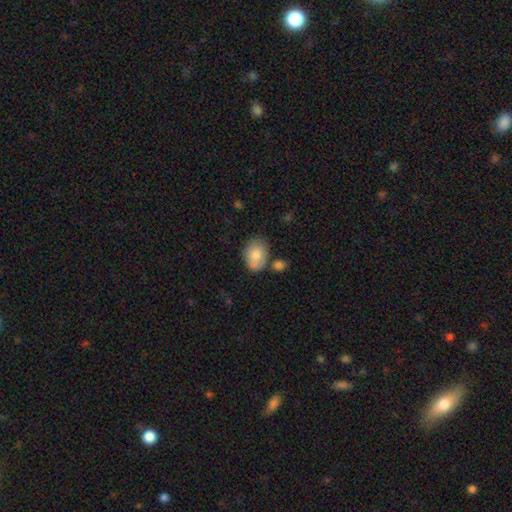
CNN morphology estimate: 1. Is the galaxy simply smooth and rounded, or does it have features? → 84% smooth, 9% featured or disk, 7% star or artifact.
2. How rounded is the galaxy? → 77% in between, 22% round, 1% cigar-shaped.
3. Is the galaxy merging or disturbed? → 60% none, 22% minor disturbance, 12% merger, 6% major disturbance.